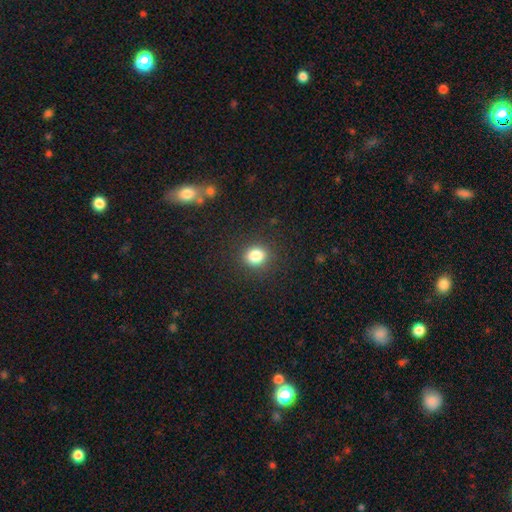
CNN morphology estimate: This is clearly a smooth galaxy (83%). How rounded: likely round (73%). Merging: clearly none (88%).